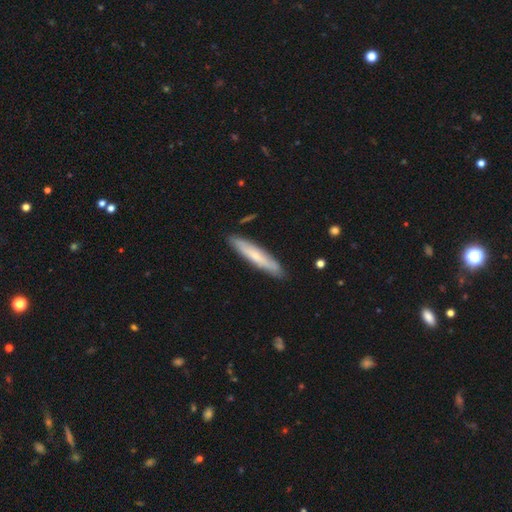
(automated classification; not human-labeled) smooth-or-featured: smooth: 60% | featured or disk: 35% | star or artifact: 5%
  how-rounded: cigar-shaped: 90% | in between: 9% | round: 1%
  merging: none: 88% | minor disturbance: 9% | major disturbance: 2% | merger: 1%